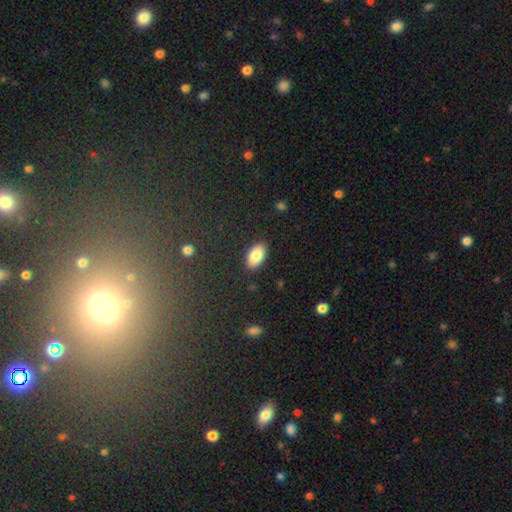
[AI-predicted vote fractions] Overall: smooth (85%). How rounded: in between (94%). Merging: none (88%).